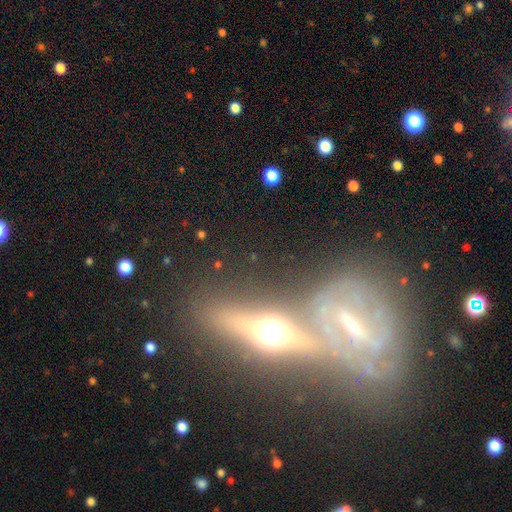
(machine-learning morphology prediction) Q: Smooth or featured?
A: featured or disk (67%); runner-up: smooth (19%)
Q: Edge-on disk?
A: yes (70%); runner-up: no (30%)
Q: Merging?
A: none (50%); runner-up: merger (30%)